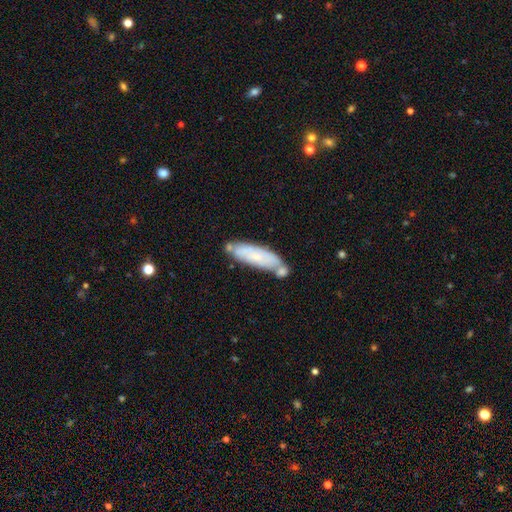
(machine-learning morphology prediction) Overall: smooth (56%; featured or disk 37%). How rounded: cigar-shaped (58%; in between 41%). Merging: none (51%; merger 24%).